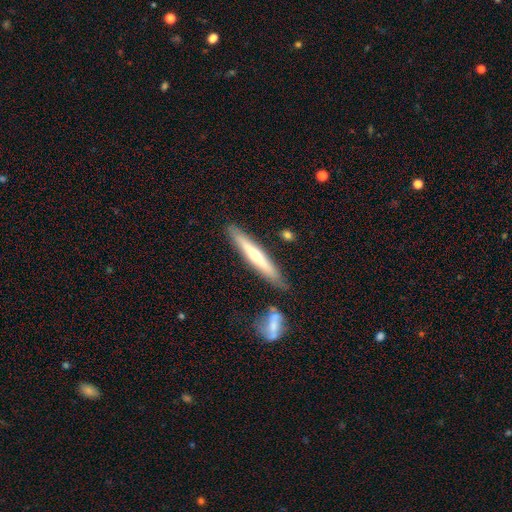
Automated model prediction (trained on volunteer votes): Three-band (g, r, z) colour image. It shows a featured or disk galaxy (53%) viewed edge-on (91%). Merging: none (84%).